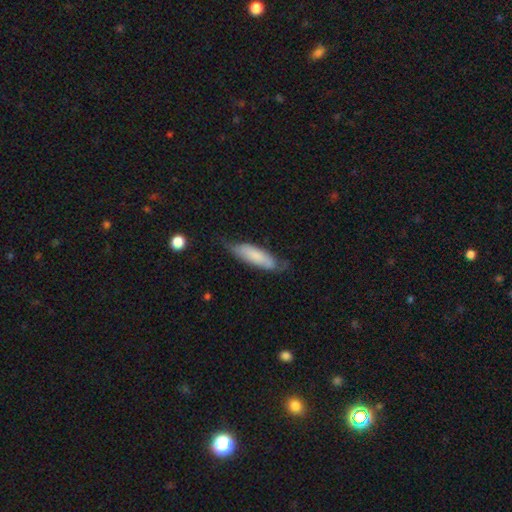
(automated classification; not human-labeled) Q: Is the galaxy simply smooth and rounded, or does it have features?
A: smooth — 67%.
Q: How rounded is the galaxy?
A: cigar-shaped — 49%, tied with in between.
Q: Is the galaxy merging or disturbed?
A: none — 56%.